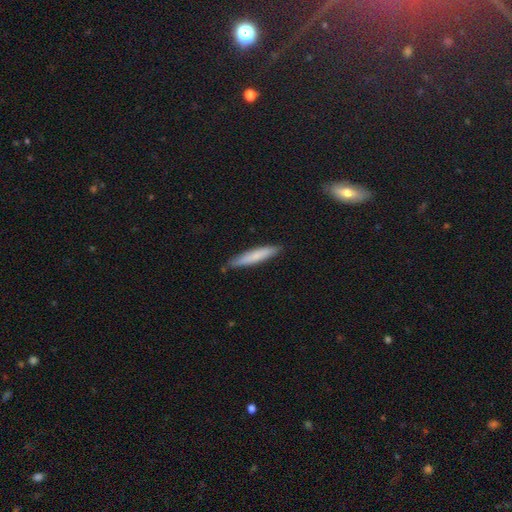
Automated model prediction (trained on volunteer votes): This appears to be a smooth galaxy with no disk features (73%) that is cigar-shaped (93%). Merging: none (85%).